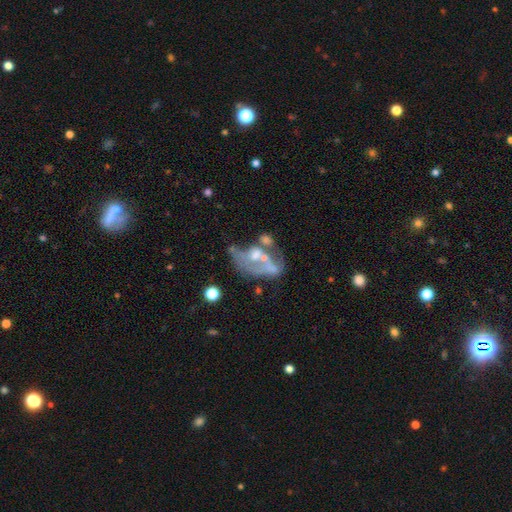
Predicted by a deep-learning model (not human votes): Smooth or featured? Predicted: featured or disk (p=0.62). Edge-on disk? Predicted: no (p=0.96). Bar? Predicted: no (p=0.85). Spiral arms? Predicted: no (p=0.82). Bulge size? Predicted: moderate (p=0.34, tied with none). Merging? Predicted: merger (p=0.41).